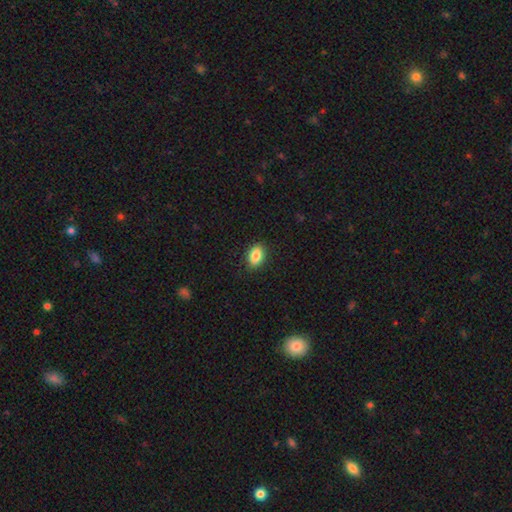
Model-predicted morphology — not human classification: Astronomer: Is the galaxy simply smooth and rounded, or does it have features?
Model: smooth — 86%.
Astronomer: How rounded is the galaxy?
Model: in between — 86%.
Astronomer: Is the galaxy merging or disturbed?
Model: none — 88%.